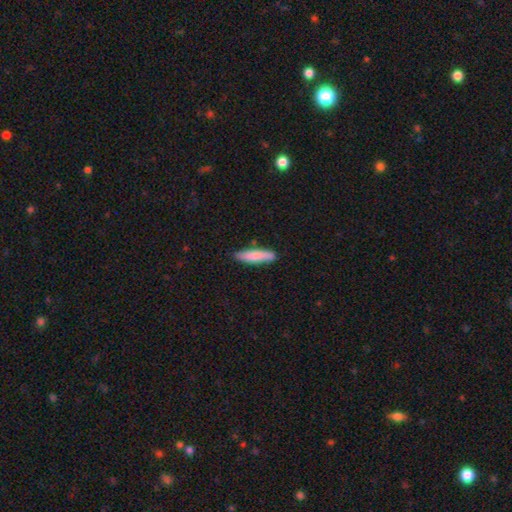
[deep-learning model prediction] smooth_or_featured: smooth (p=0.80) [alt: featured or disk p=0.14]
how_rounded: cigar-shaped (p=0.80) [alt: in between p=0.18]
merging: none (p=0.83) [alt: minor disturbance p=0.13]